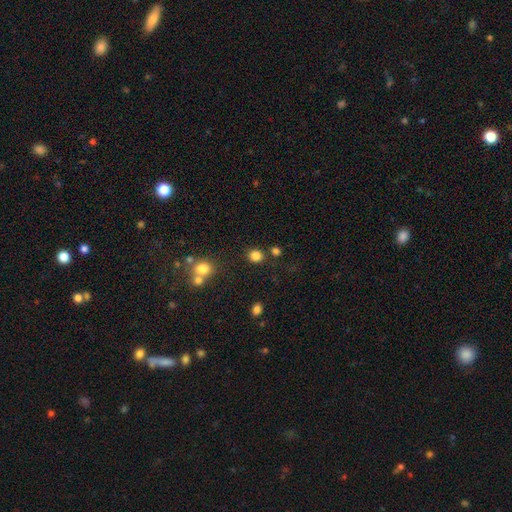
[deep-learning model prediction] smooth 83%, star or artifact 13%, featured or disk 4%. Down the decision tree: how rounded — round (78%); merging — none (80%).